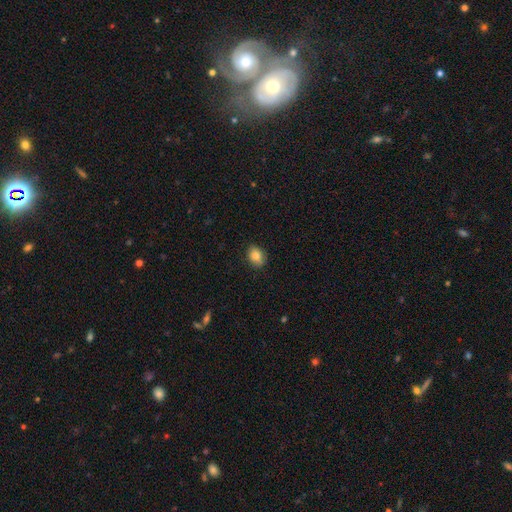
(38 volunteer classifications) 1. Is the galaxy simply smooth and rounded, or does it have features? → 87% smooth, 8% featured or disk, 5% star or artifact.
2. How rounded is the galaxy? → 55% round, 42% in between, 3% cigar-shaped.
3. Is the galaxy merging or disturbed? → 83% none, 8% minor disturbance, 6% major disturbance, 3% merger.